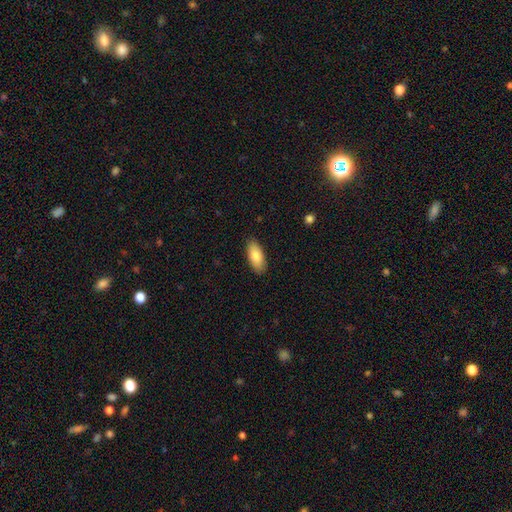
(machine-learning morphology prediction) Smooth or featured? Predicted: smooth (p=0.81). How rounded? Predicted: in between (p=0.87). Merging? Predicted: none (p=0.88).